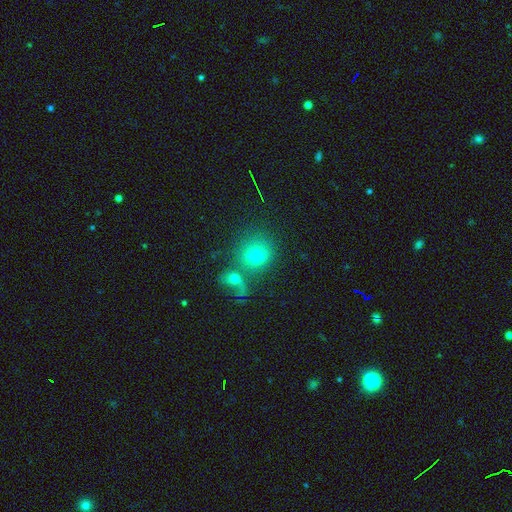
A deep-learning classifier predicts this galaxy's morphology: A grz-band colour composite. It shows a smooth galaxy with no disk features (73%) that is round (81%). Merging: none (47%).